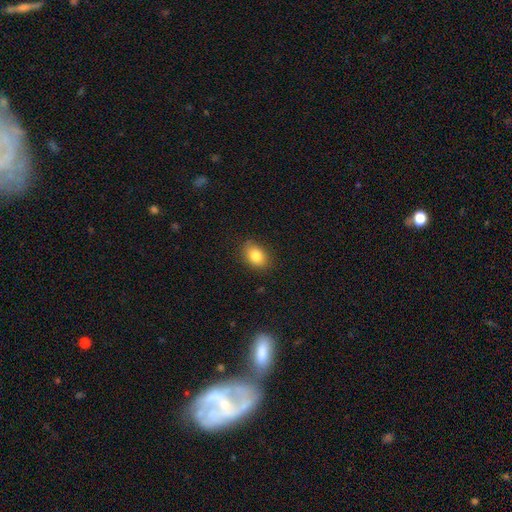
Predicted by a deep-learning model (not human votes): Q: Smooth or featured?
A: smooth (83%); runner-up: star or artifact (9%)
Q: How rounded?
A: in between (73%); runner-up: round (26%)
Q: Merging?
A: none (84%); runner-up: minor disturbance (12%)